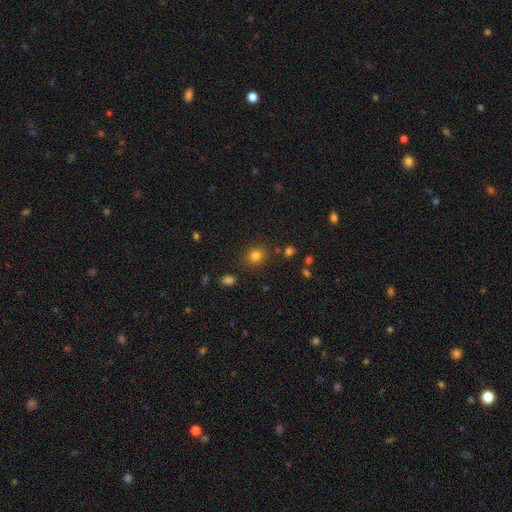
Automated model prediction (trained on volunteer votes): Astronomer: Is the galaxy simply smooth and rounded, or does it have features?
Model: smooth — 82%.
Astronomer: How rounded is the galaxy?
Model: round — 78%.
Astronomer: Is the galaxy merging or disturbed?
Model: none — 85%.